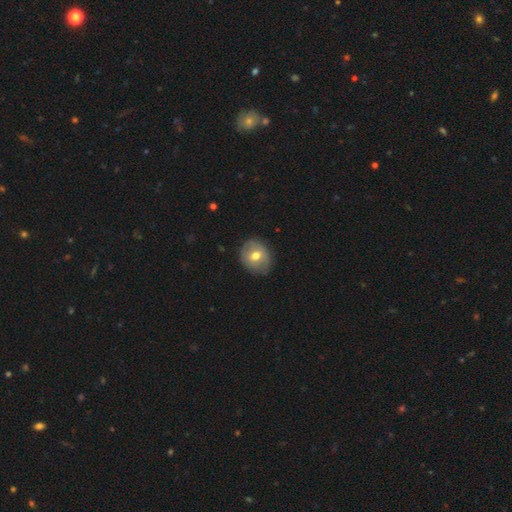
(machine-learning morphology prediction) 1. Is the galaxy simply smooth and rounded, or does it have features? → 61% smooth, 31% featured or disk, 8% star or artifact.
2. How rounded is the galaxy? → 73% round, 27% in between, 1% cigar-shaped.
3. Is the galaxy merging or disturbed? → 81% none, 15% minor disturbance, 3% major disturbance, 1% merger.